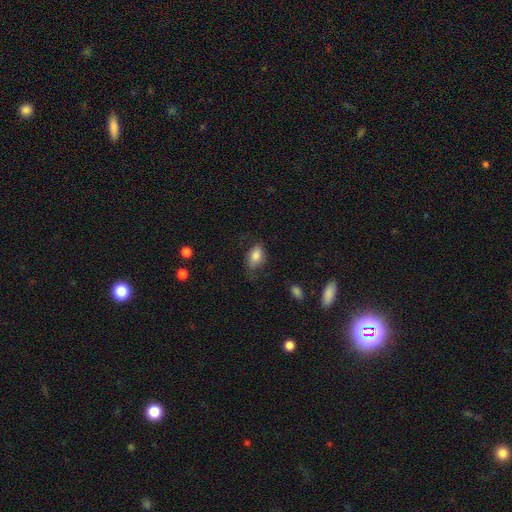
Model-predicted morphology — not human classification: This appears to be a smooth galaxy with no disk features (82%) that is in between round and cigar-shaped (90%). Merging: none (61%).